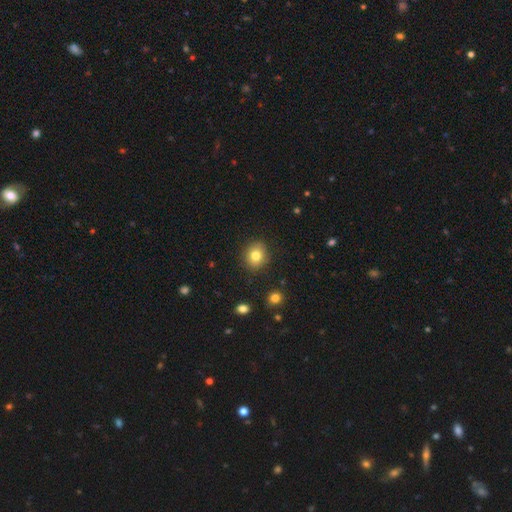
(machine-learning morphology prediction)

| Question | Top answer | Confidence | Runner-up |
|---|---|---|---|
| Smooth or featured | smooth | 80% | star or artifact (11%) |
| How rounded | round | 78% | in between (21%) |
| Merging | none | 89% | minor disturbance (8%) |